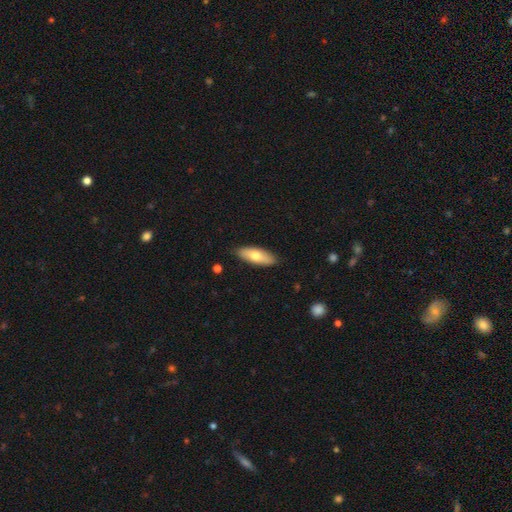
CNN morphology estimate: This is likely a smooth galaxy (68%). How rounded: likely in between (68%). Merging: clearly none (87%).